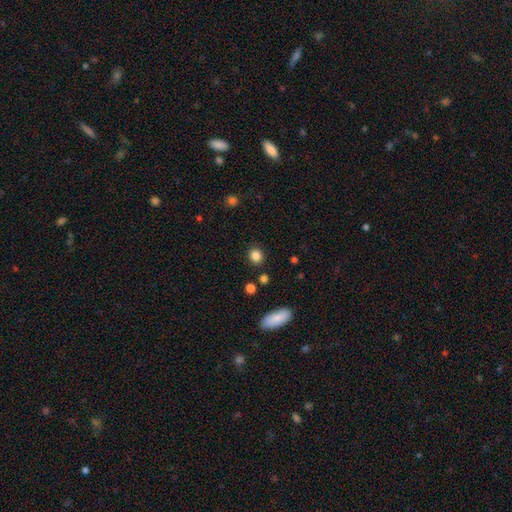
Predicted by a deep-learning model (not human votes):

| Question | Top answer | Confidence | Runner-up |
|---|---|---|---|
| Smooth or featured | smooth | 85% | star or artifact (11%) |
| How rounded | round | 78% | in between (21%) |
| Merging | none | 87% | minor disturbance (8%) |